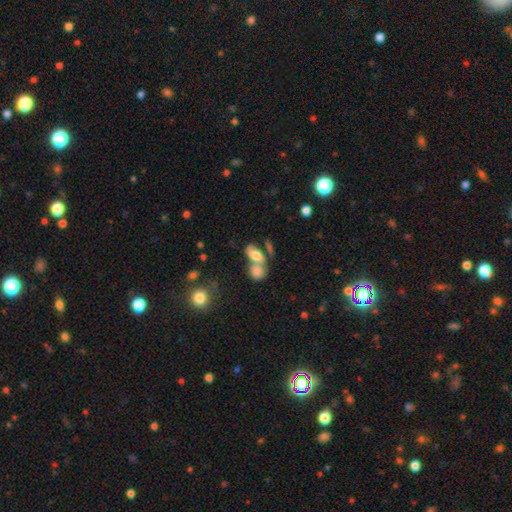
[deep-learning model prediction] A smooth galaxy with no disk features (72%) that is in between round and cigar-shaped (81%). Merging: merger (48%).